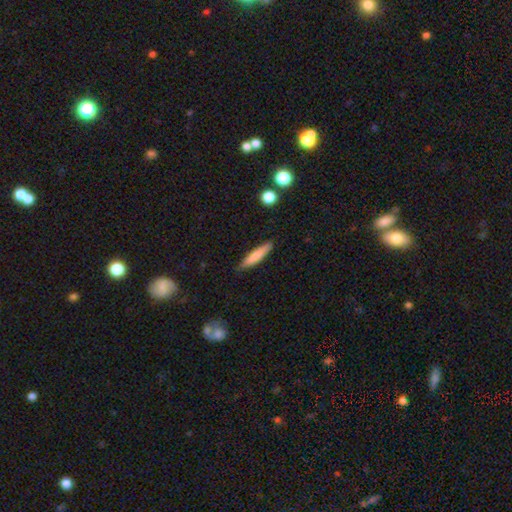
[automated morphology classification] Smooth or featured? smooth (78%)
How rounded? cigar-shaped (87%)
Merging? none (86%)